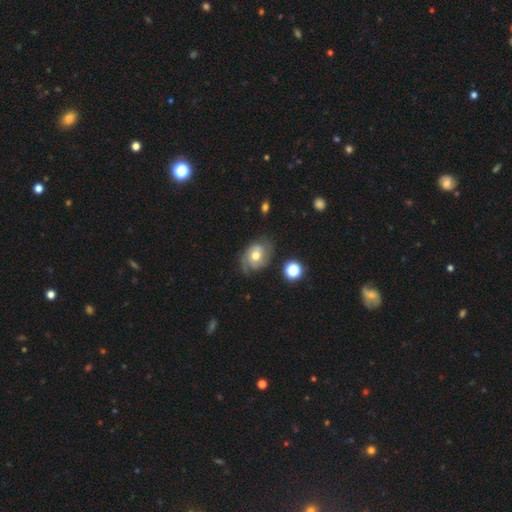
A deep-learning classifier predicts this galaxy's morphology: featured or disk 63%, smooth 28%, star or artifact 9%. Down the decision tree: edge-on disk — no (96%); bar — no (71%); spiral arms — yes (86%); spiral arm count — 2 (51%); spiral winding — tight (41%, tied with medium); bulge size — moderate (74%); merging — none (63%).